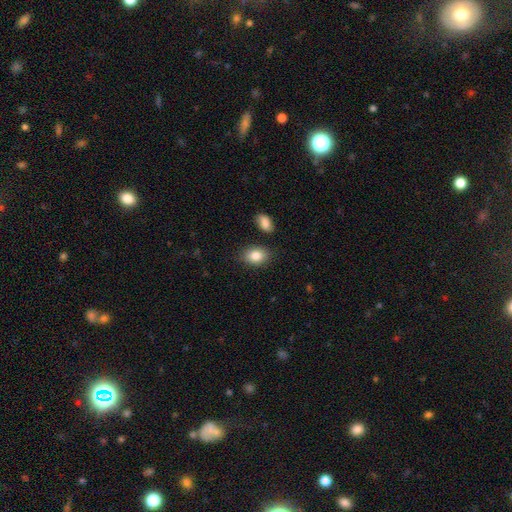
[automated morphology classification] Smooth or featured?
  - smooth: 85% *
  - star or artifact: 8%
  - featured or disk: 7%
How rounded?
  - in between: 76% *
  - round: 23%
  - cigar-shaped: 1%
Merging?
  - none: 82% *
  - minor disturbance: 11%
  - merger: 4%
  - major disturbance: 3%